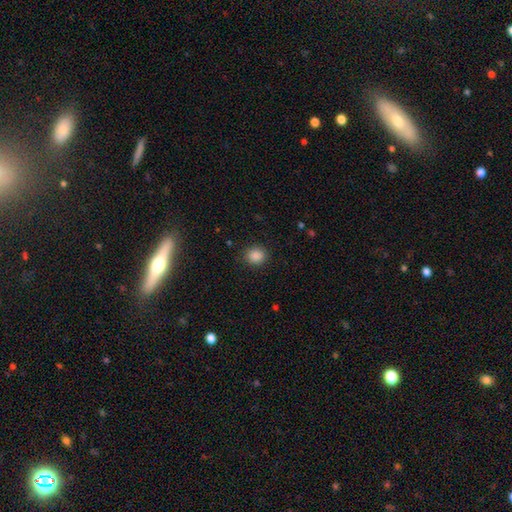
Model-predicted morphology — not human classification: Overall: smooth (86%). How rounded: round (81%). Merging: none (88%).